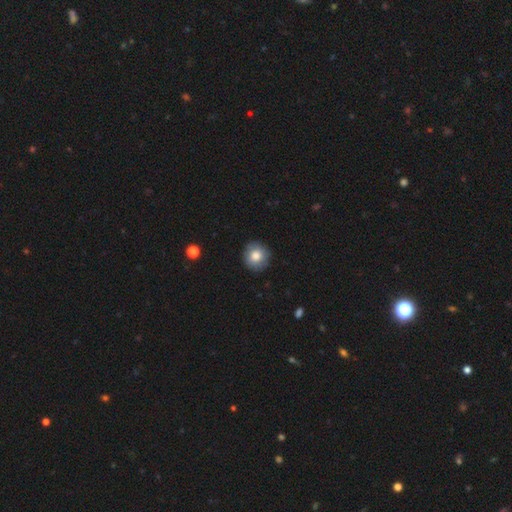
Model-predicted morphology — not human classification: Smooth or featured?
  - smooth: 81% *
  - featured or disk: 10%
  - star or artifact: 8%
How rounded?
  - round: 93% *
  - in between: 6%
  - cigar-shaped: 1%
Merging?
  - none: 89% *
  - minor disturbance: 8%
  - major disturbance: 2%
  - merger: 1%